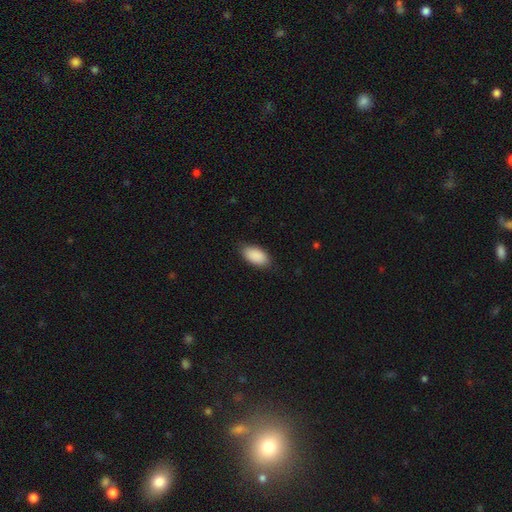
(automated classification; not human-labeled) Smooth or featured? Predicted: smooth (p=0.91). How rounded? Predicted: in between (p=0.94). Merging? Predicted: none (p=0.83).